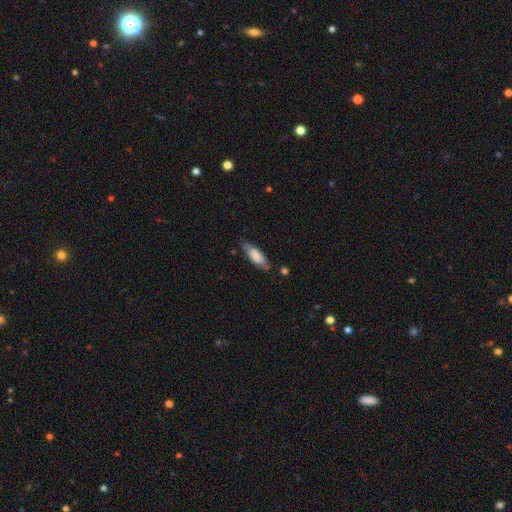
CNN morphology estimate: smooth-or-featured: smooth: 77% | featured or disk: 17% | star or artifact: 6%
  how-rounded: in between: 64% | cigar-shaped: 35% | round: 2%
  merging: none: 70% | minor disturbance: 21% | major disturbance: 5% | merger: 4%